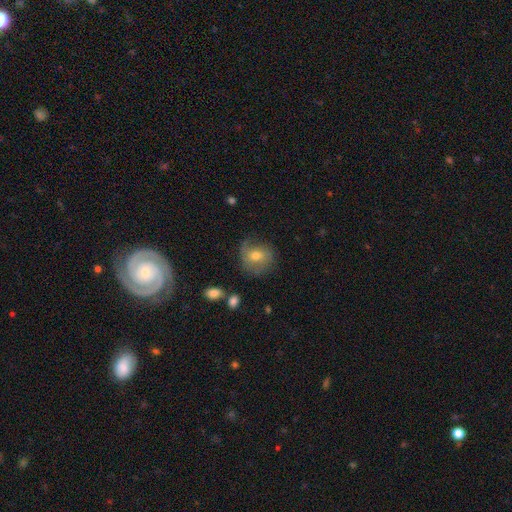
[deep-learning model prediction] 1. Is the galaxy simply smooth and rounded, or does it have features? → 51% smooth, 41% featured or disk, 9% star or artifact.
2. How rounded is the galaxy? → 74% round, 25% in between, 1% cigar-shaped.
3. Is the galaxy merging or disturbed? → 59% none, 26% minor disturbance, 13% major disturbance, 2% merger.